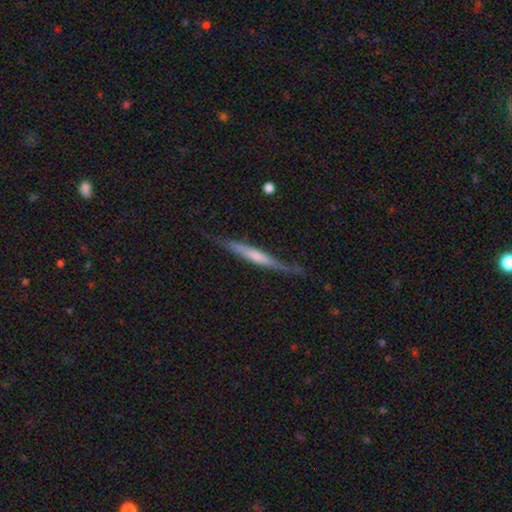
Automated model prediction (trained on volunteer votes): This is possibly a featured or disk galaxy (55%). It is clearly viewed edge-on (93%). Edge-on bulge: possibly none (53%). Merging: likely none (74%).